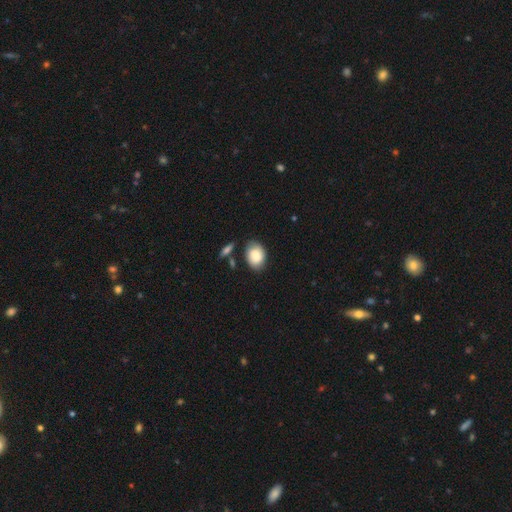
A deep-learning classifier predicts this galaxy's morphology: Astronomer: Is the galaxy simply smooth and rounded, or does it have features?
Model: smooth — 83%.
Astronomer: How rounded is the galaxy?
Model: in between — 79%.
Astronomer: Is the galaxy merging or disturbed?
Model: none — 69%.